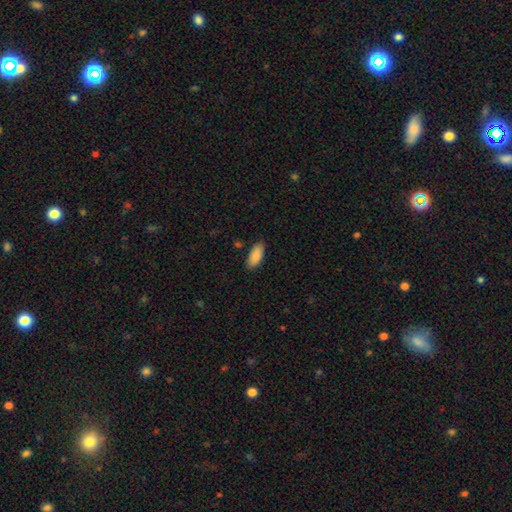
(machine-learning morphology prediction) Q: Smooth or featured?
A: smooth (88%); runner-up: star or artifact (6%)
Q: How rounded?
A: in between (86%); runner-up: cigar-shaped (13%)
Q: Merging?
A: none (85%); runner-up: minor disturbance (11%)